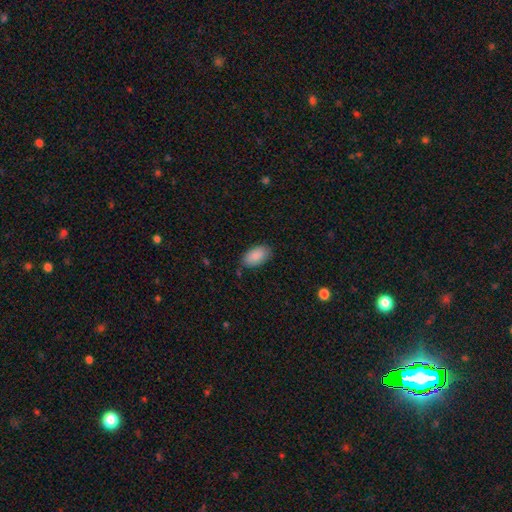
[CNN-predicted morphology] The model was most divided on "merging": none: 79%, minor disturbance: 16%, major disturbance: 3%, merger: 2%. More confident: how rounded — in between (95%); smooth or featured — smooth (89%).